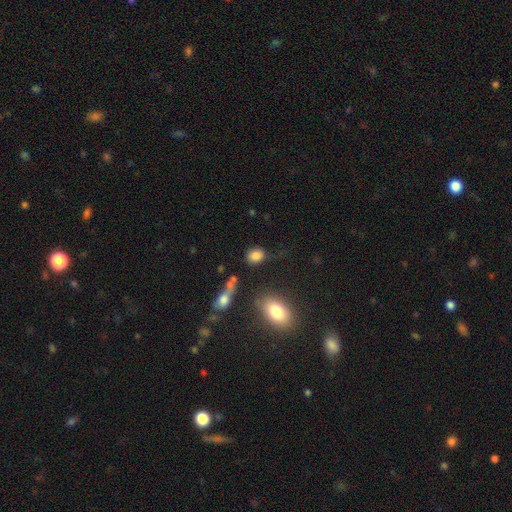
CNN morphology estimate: type=smooth (83%); roundness=in between (50%); merging=none (67%).